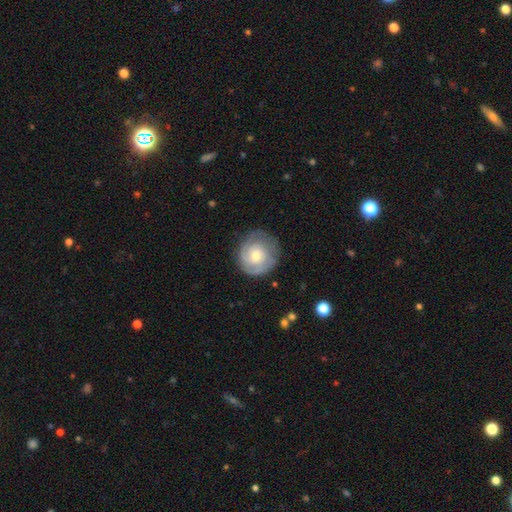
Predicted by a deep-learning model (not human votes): This appears to be a featured or disk galaxy (61%) with no bar (79%), spiral arms (82%) and a moderate central bulge (54%). Merging: none (73%).